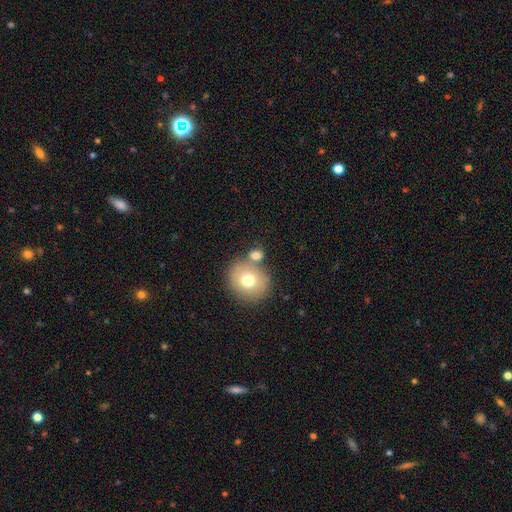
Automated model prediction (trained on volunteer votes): smooth-or-featured: smooth: 74% | featured or disk: 16% | star or artifact: 10%
  how-rounded: round: 69% | in between: 30% | cigar-shaped: 1%
  merging: none: 59% | merger: 25% | minor disturbance: 11% | major disturbance: 5%